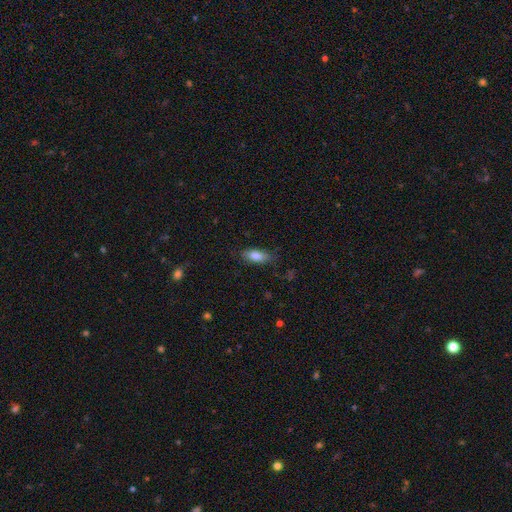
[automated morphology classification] A smooth galaxy with no disk features (82%) that is in between round and cigar-shaped (81%).

Vote fractions:
- Smooth or featured? smooth: 82% / featured or disk: 10% / star or artifact: 7%
- How rounded? in between: 81% / cigar-shaped: 17% / round: 3%
- Merging? none: 78% / minor disturbance: 16% / major disturbance: 4% / merger: 1%